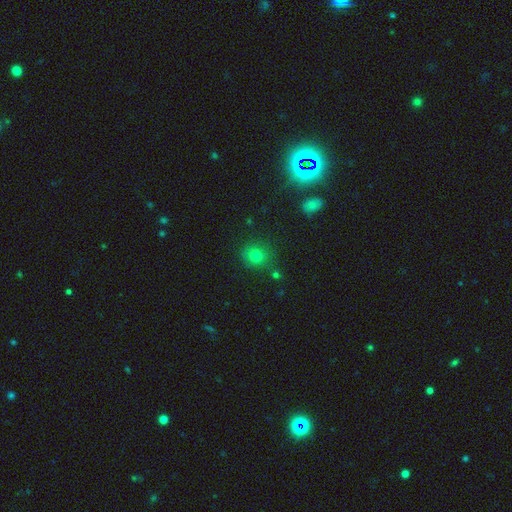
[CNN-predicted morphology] This is likely a smooth galaxy (77%). How rounded: clearly round (82%). Merging: likely none (79%).